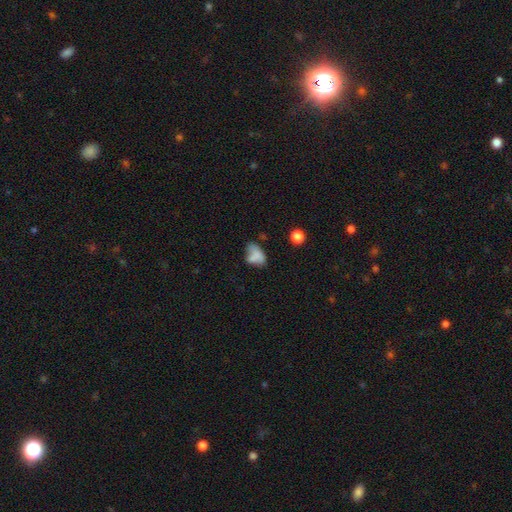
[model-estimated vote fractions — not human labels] A smooth galaxy with no disk features (72%) that is in between round and cigar-shaped (85%).

Vote fractions:
- Smooth or featured? smooth: 72% / featured or disk: 17% / star or artifact: 11%
- How rounded? in between: 85% / round: 12% / cigar-shaped: 3%
- Merging? none: 33% / minor disturbance: 30% / major disturbance: 20% / merger: 17%